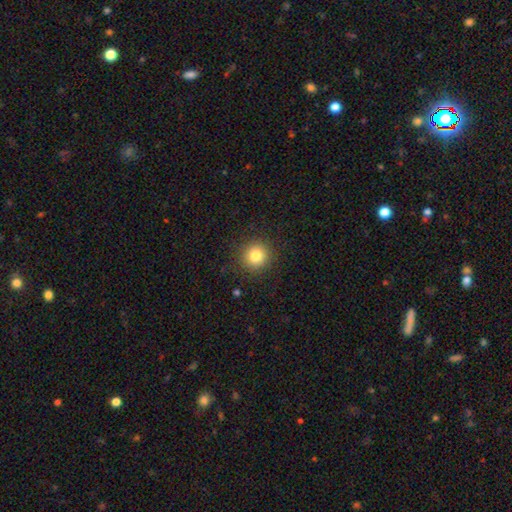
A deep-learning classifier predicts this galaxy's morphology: Overall: smooth (81%). How rounded: round (93%). Merging: none (90%).